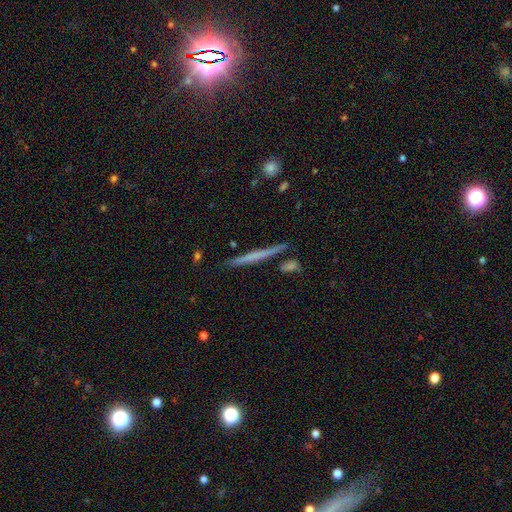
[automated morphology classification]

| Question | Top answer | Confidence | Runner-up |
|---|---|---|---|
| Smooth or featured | featured or disk | 48% | smooth (45%) |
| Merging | none | 87% | minor disturbance (8%) |